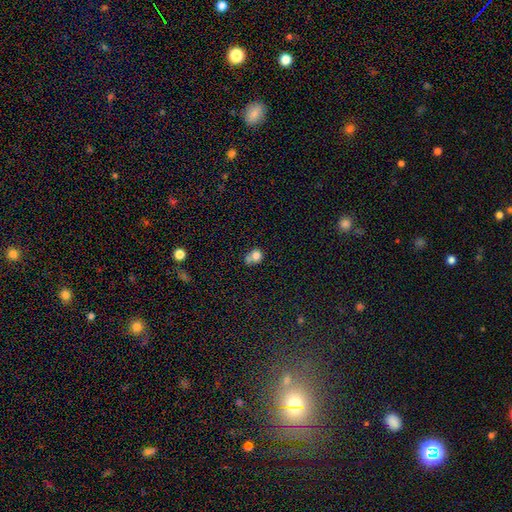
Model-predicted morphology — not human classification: The model was most divided on "merging": none: 39%, merger: 31%, minor disturbance: 21%, major disturbance: 9%. More confident: smooth or featured — smooth (77%); how rounded — round (70%).